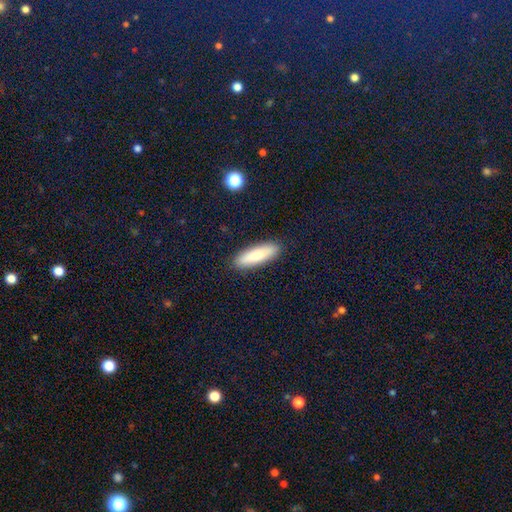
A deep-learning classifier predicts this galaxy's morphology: smooth_or_featured: smooth (p=0.80) [alt: featured or disk p=0.14]
how_rounded: cigar-shaped (p=0.65) [alt: in between p=0.33]
merging: none (p=0.90) [alt: minor disturbance p=0.07]